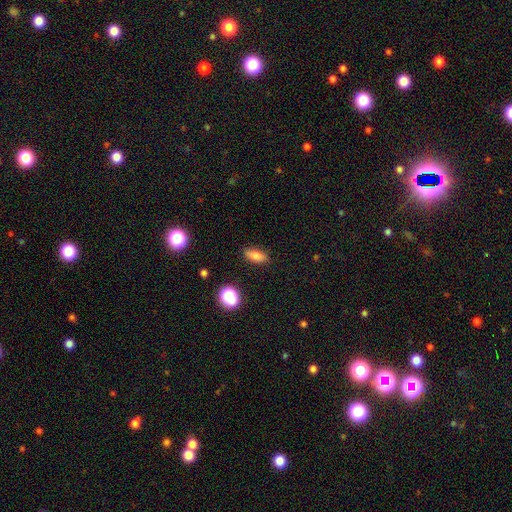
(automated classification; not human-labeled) The model was most divided on "how rounded": in between: 74%, cigar-shaped: 20%, round: 6%. More confident: merging — none (87%); smooth or featured — smooth (79%).